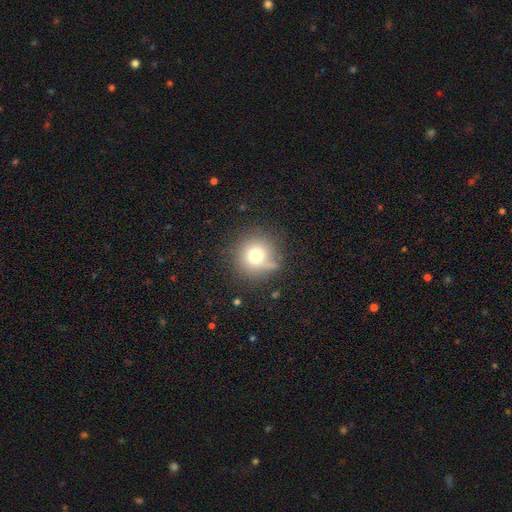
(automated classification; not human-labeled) A smooth galaxy with no disk features (72%) that is round (94%).

Vote fractions:
- Smooth or featured? smooth: 72% / star or artifact: 14% / featured or disk: 13%
- How rounded? round: 94% / in between: 5% / cigar-shaped: 1%
- Merging? none: 75% / minor disturbance: 16% / major disturbance: 6% / merger: 3%